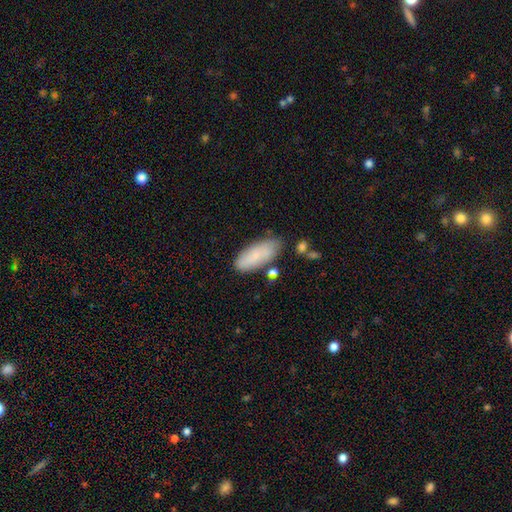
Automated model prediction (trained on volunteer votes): Morphology: type=smooth (76%); roundness=in between (79%); merging=none (71%).